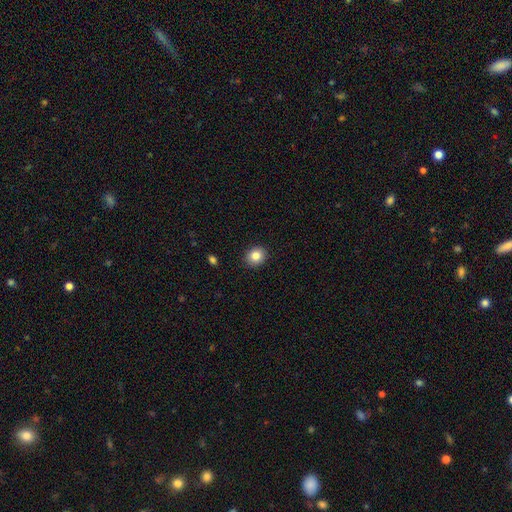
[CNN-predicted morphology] Overall: smooth (85%). How rounded: round (73%). Merging: none (90%).